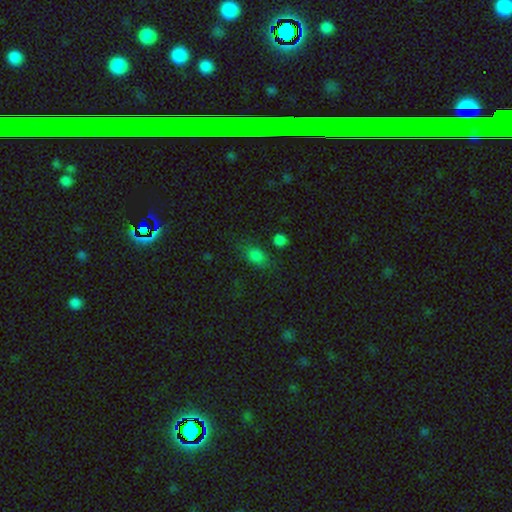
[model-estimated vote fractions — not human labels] A smooth galaxy with no disk features (79%) that is in between round and cigar-shaped (75%). Merging: none (69%).